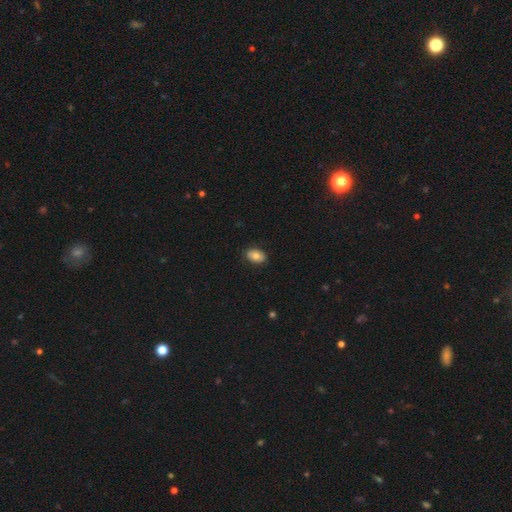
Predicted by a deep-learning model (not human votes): smooth 79%, featured or disk 14%, star or artifact 8%. Down the decision tree: how rounded — in between (85%); merging — none (86%).